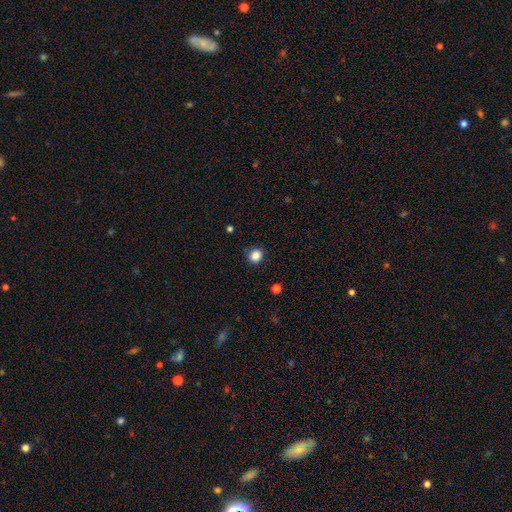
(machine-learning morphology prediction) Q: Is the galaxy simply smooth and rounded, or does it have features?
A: smooth — 86%.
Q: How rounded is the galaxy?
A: round — 83%.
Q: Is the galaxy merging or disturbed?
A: none — 89%.